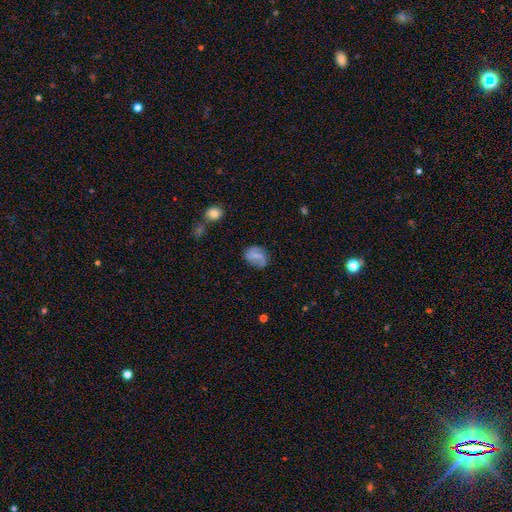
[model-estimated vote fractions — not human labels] Smooth or featured?
  - featured or disk: 48% *
  - smooth: 43%
  - star or artifact: 10%
Merging?
  - none: 67% *
  - minor disturbance: 21%
  - major disturbance: 9%
  - merger: 2%